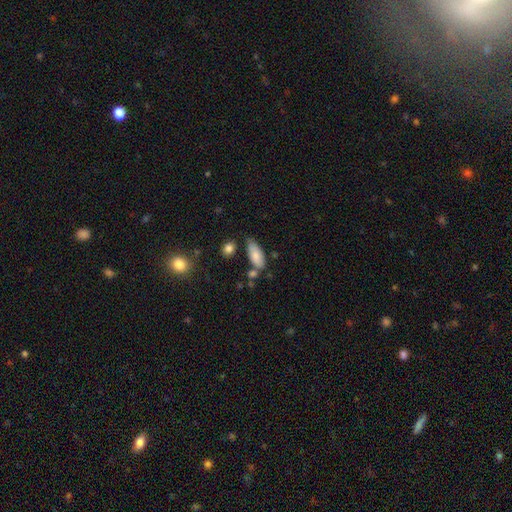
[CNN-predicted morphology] This appears to be a smooth galaxy with no disk features (81%) that is in between round and cigar-shaped (83%). Merging: none (57%).